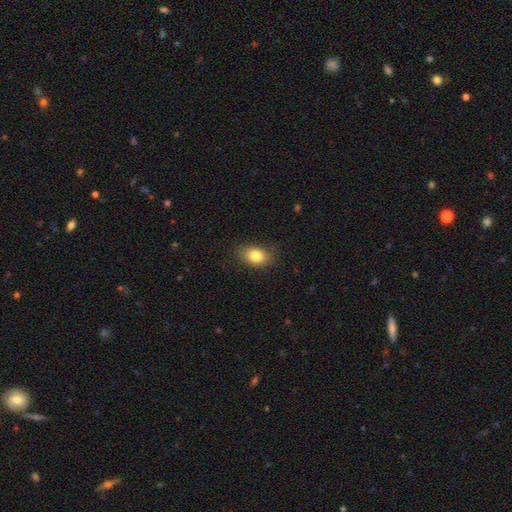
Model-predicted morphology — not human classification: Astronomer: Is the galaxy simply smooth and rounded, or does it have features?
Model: smooth — 83%.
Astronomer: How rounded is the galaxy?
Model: in between — 83%.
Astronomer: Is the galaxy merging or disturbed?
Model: none — 84%.